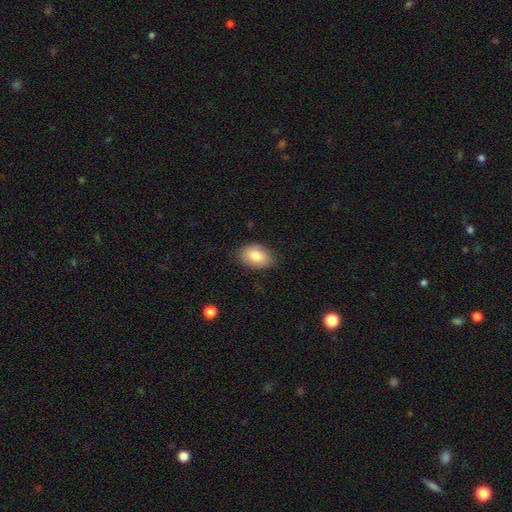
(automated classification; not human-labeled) A smooth galaxy with no disk features (82%) that is in between round and cigar-shaped (86%). Merging: none (80%).